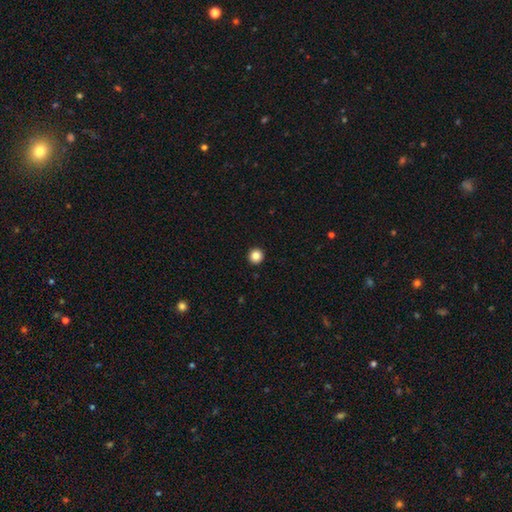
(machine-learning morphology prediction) Smooth or featured: smooth — 85% (star or artifact — 11%)
How rounded: round — 95% (in between — 4%)
Merging: none — 94% (minor disturbance — 4%)